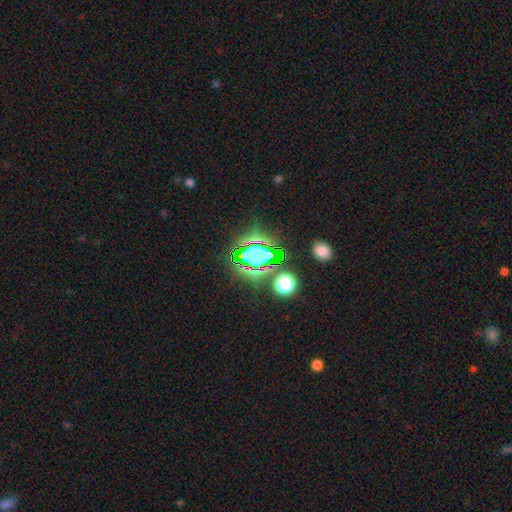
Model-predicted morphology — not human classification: Smooth or featured? star or artifact (63%)